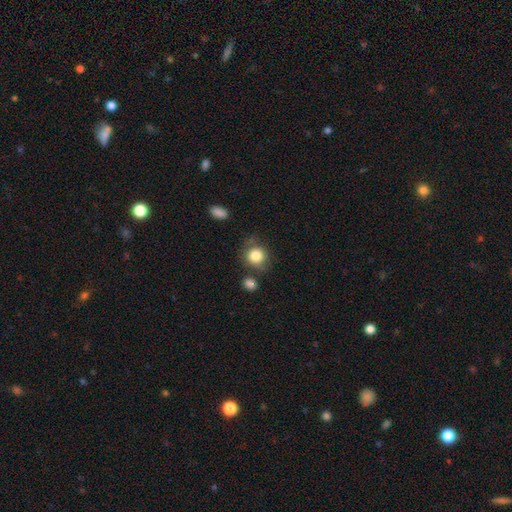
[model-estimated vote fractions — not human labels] A smooth galaxy with no disk features (83%) that is round (85%).

Vote fractions:
- Smooth or featured? smooth: 83% / star or artifact: 9% / featured or disk: 8%
- How rounded? round: 85% / in between: 14% / cigar-shaped: 1%
- Merging? none: 68% / minor disturbance: 16% / merger: 10% / major disturbance: 6%